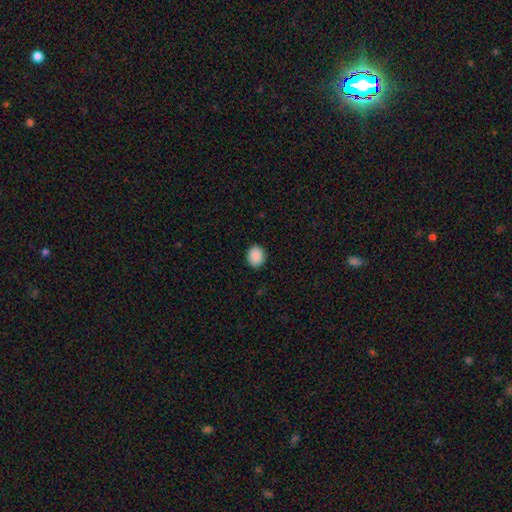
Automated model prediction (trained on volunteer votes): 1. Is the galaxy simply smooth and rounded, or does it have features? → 90% smooth, 8% star or artifact, 3% featured or disk.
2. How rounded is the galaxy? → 65% round, 34% in between, 1% cigar-shaped.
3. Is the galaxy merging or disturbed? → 89% none, 8% minor disturbance, 2% major disturbance, 1% merger.